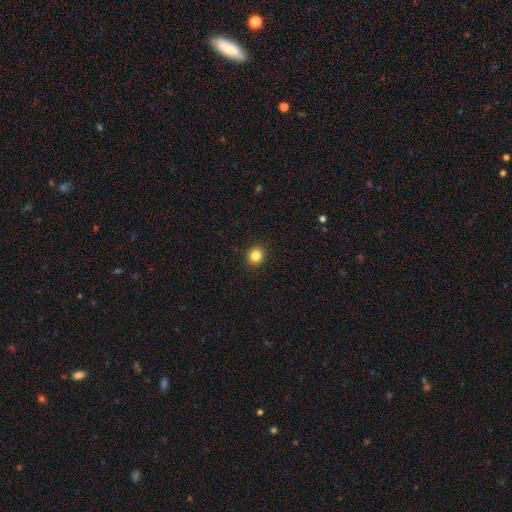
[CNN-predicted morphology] Smooth or featured: smooth — 84% (star or artifact — 11%)
How rounded: round — 84% (in between — 15%)
Merging: none — 92% (minor disturbance — 5%)